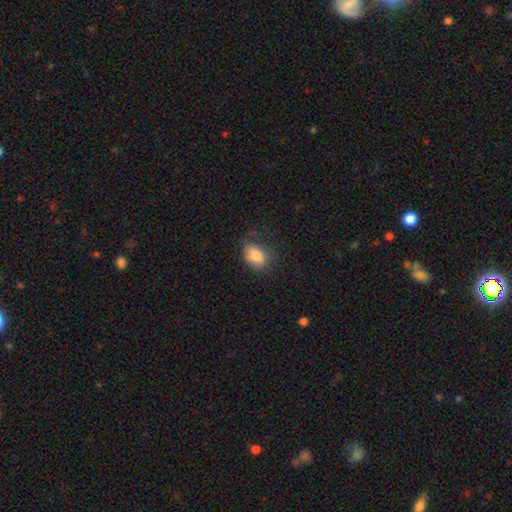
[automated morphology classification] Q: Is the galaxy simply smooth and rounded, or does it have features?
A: smooth — 84%.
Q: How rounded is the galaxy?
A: in between — 82%.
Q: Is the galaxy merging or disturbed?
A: none — 60%.